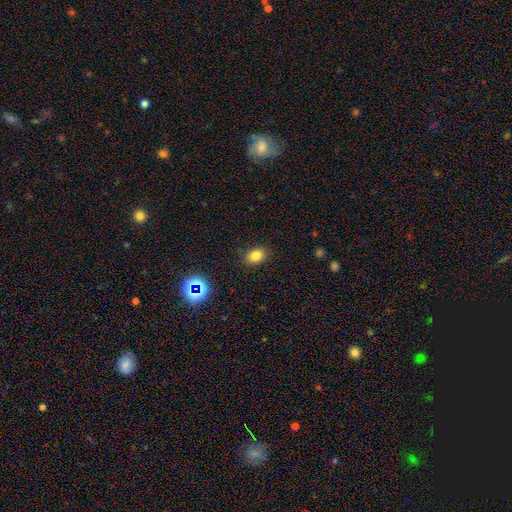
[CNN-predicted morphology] Smooth or featured? Predicted: smooth (p=0.79). How rounded? Predicted: in between (p=0.68). Merging? Predicted: none (p=0.87).